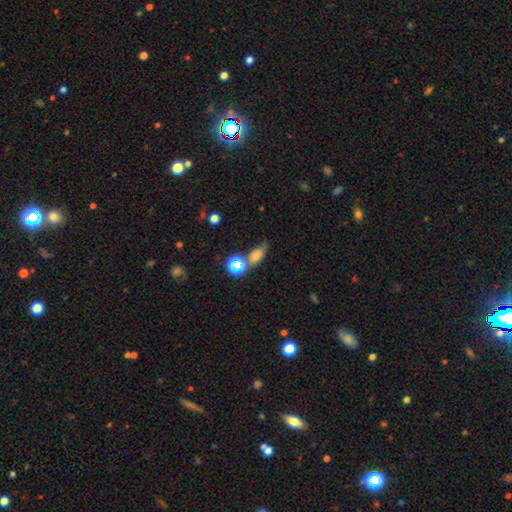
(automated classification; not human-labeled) smooth 65%, star or artifact 22%, featured or disk 13%. Down the decision tree: how rounded — in between (74%); merging — none (56%).